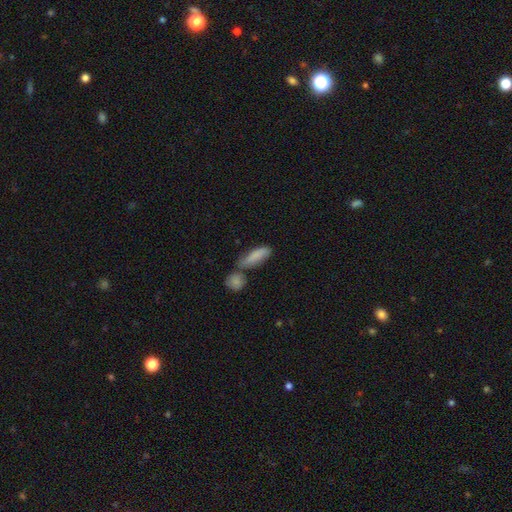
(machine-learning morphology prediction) A smooth galaxy with no disk features (84%) that is in between round and cigar-shaped (52%). Merging: none (54%).